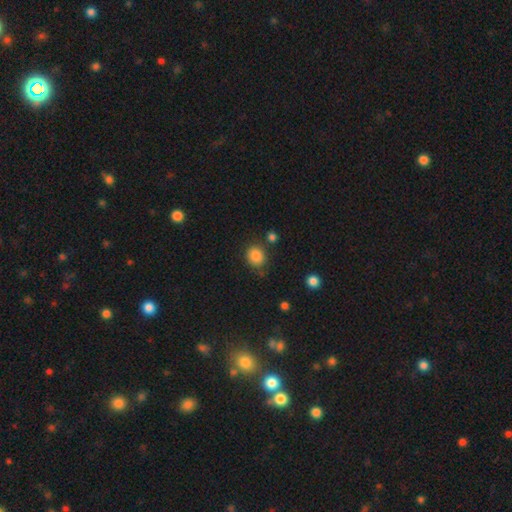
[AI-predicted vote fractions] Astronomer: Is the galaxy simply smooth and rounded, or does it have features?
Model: smooth — 85%.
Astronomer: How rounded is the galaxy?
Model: round — 79%.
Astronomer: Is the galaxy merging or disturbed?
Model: none — 78%.